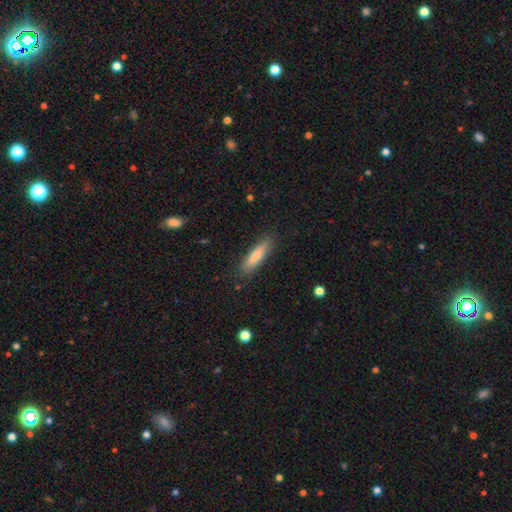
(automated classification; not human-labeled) Morphology: type=smooth (75%); roundness=cigar-shaped (78%); merging=none (87%).